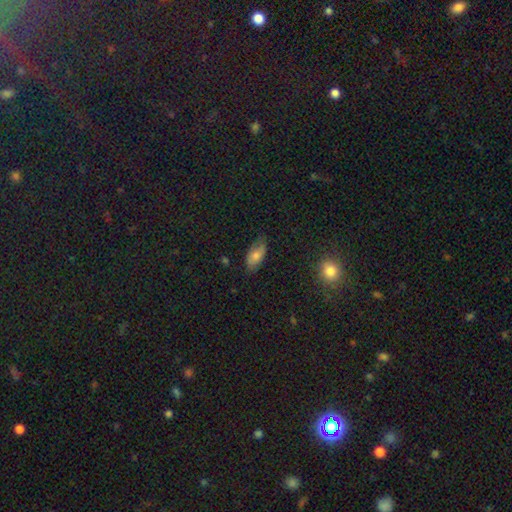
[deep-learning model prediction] This appears to be a smooth galaxy with no disk features (73%) that is in between round and cigar-shaped (91%). Merging: none (71%).